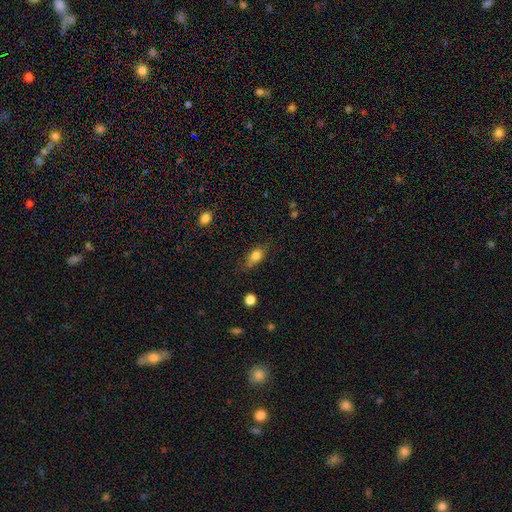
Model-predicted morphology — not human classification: Overall: smooth (78%). How rounded: in between (78%). Merging: none (69%).